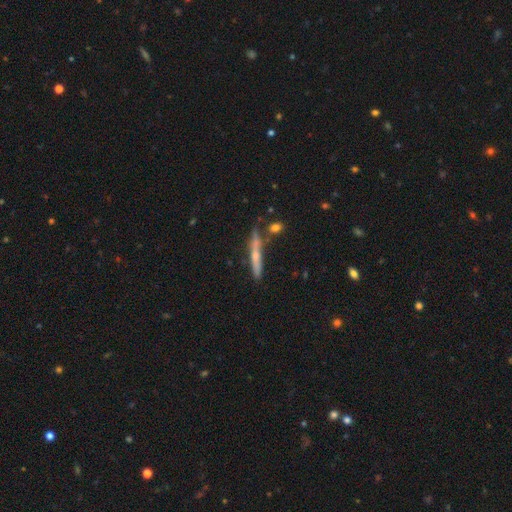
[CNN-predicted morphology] Smooth or featured: featured or disk — 47% (smooth — 46%)
Merging: none — 71% (minor disturbance — 15%)